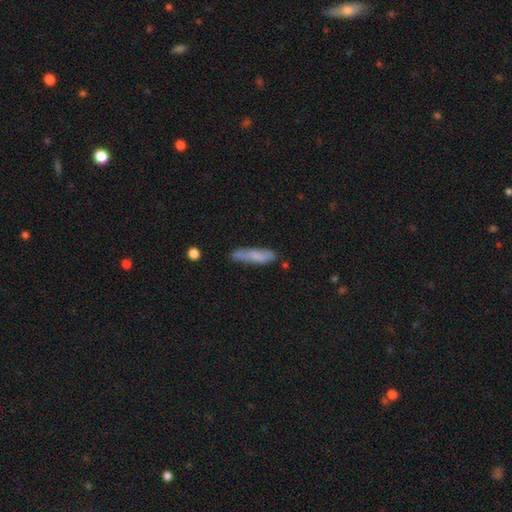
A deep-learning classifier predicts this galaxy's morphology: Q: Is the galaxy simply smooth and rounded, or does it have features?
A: smooth — 71%.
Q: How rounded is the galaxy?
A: cigar-shaped — 79%.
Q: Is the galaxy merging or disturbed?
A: none — 71%.